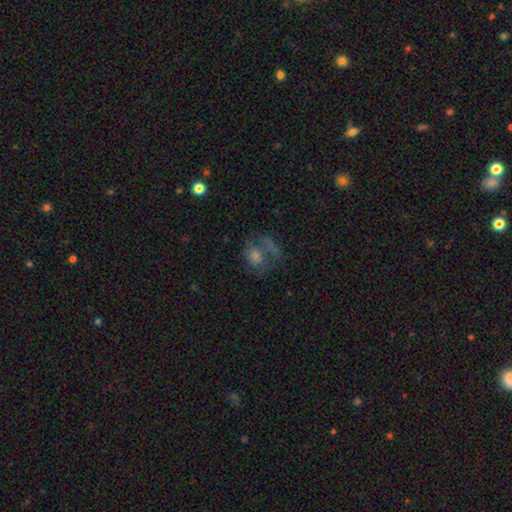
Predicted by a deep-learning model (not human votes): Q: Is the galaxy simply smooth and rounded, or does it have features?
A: smooth — 46%.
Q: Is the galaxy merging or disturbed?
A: none — 46%.